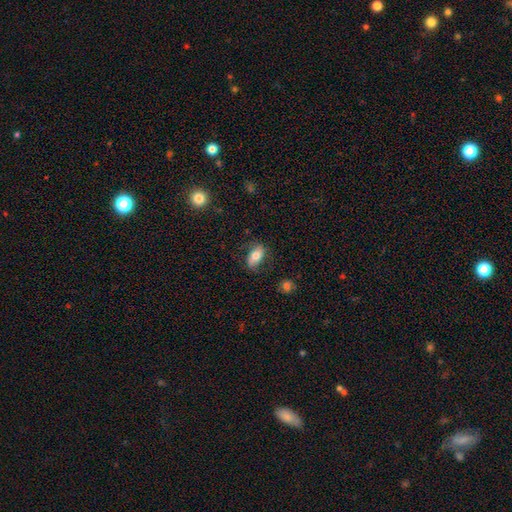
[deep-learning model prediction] A smooth galaxy with no disk features (68%) that is in between round and cigar-shaped (89%).

Vote fractions:
- Smooth or featured? smooth: 68% / featured or disk: 25% / star or artifact: 7%
- How rounded? in between: 89% / cigar-shaped: 6% / round: 5%
- Merging? none: 73% / minor disturbance: 19% / major disturbance: 7% / merger: 2%